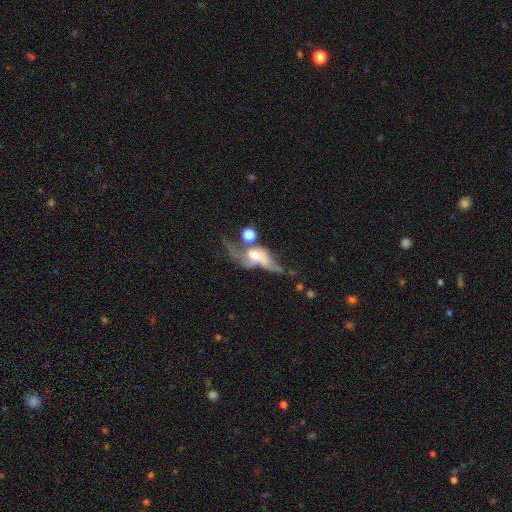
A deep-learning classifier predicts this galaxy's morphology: Smooth or featured?
  - featured or disk: 54% *
  - smooth: 35%
  - star or artifact: 11%
Edge-on disk?
  - no: 85% *
  - yes: 15%
Merging?
  - major disturbance: 40% *
  - merger: 32%
  - none: 16%
  - minor disturbance: 12%